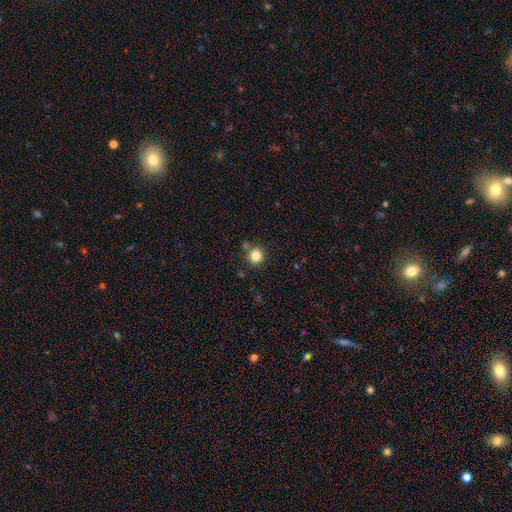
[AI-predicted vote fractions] Smooth or featured?
  - smooth: 82% *
  - star or artifact: 11%
  - featured or disk: 6%
How rounded?
  - round: 89% *
  - in between: 10%
  - cigar-shaped: 1%
Merging?
  - none: 77% *
  - minor disturbance: 10%
  - merger: 10%
  - major disturbance: 3%